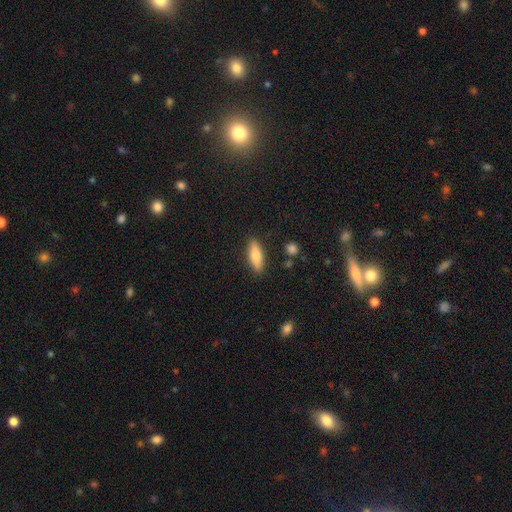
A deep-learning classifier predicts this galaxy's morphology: Q: Smooth or featured?
A: smooth (75%); runner-up: featured or disk (19%)
Q: How rounded?
A: in between (52%); runner-up: cigar-shaped (45%)
Q: Merging?
A: none (87%); runner-up: minor disturbance (9%)